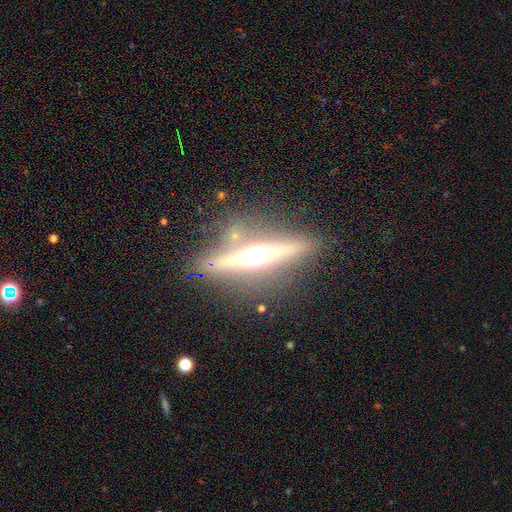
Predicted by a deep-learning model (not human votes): smooth_or_featured: featured or disk (p=0.79) [alt: smooth p=0.13]
disk_edge_on: yes (p=0.95) [alt: no p=0.05]
edge_on_bulge: rounded (p=0.95) [alt: boxy p=0.04]
merging: none (p=0.85) [alt: minor disturbance p=0.09]